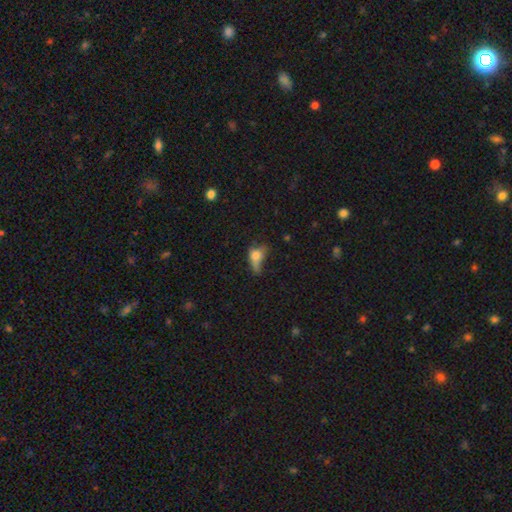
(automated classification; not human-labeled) A smooth galaxy with no disk features (65%) that is in between round and cigar-shaped (69%). Merging: major disturbance (43%).